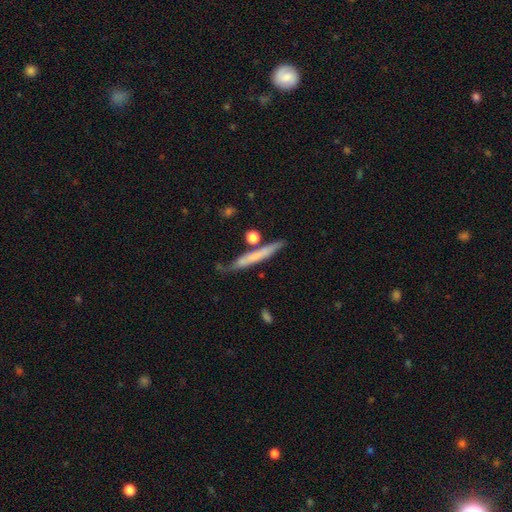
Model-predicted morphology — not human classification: type=smooth (58%); roundness=cigar-shaped (94%); merging=none (70%).